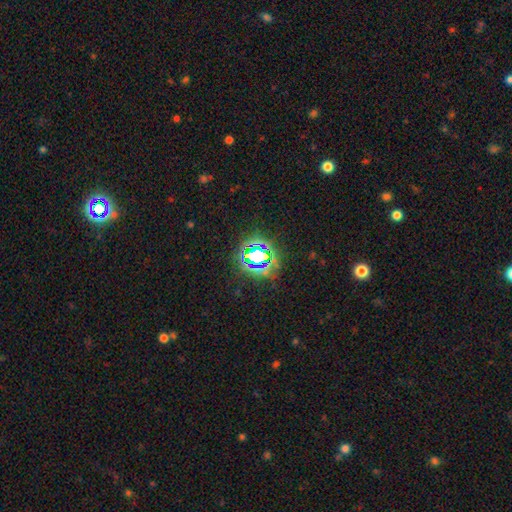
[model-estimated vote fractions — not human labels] A star or artifact, not a galaxy (66%).

Vote fractions:
- Smooth or featured? star or artifact: 66% / smooth: 21% / featured or disk: 13%